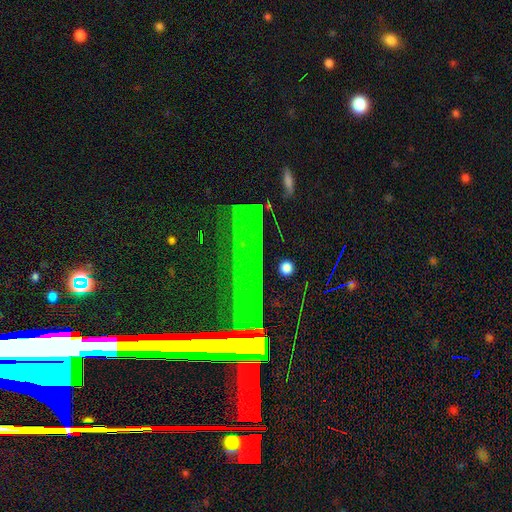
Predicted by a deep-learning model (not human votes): smooth-or-featured: star or artifact: 71% | featured or disk: 18% | smooth: 11%